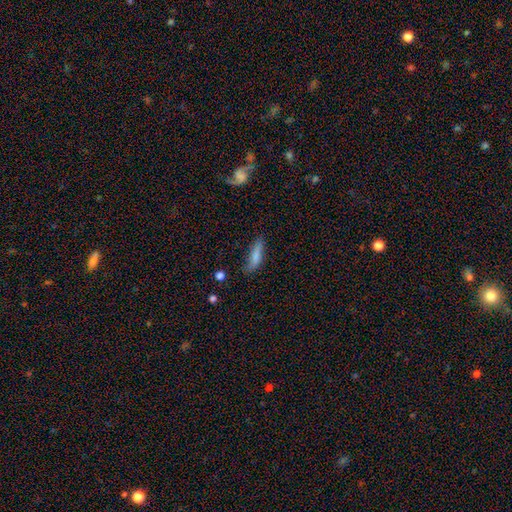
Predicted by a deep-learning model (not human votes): Q: Smooth or featured?
A: smooth (79%); runner-up: featured or disk (14%)
Q: How rounded?
A: cigar-shaped (63%); runner-up: in between (35%)
Q: Merging?
A: none (69%); runner-up: minor disturbance (23%)